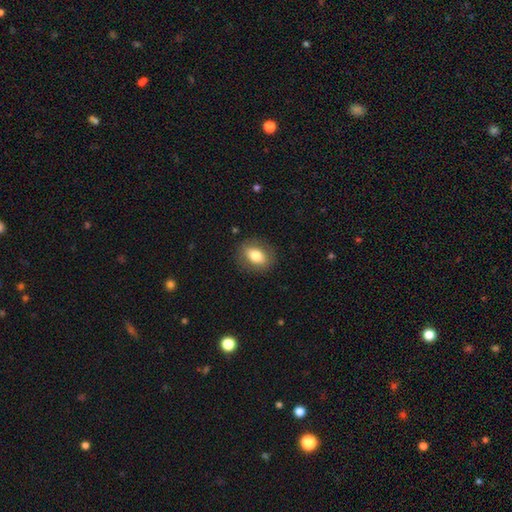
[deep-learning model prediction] Morphology: type=smooth (76%); roundness=in between (70%); merging=none (85%).